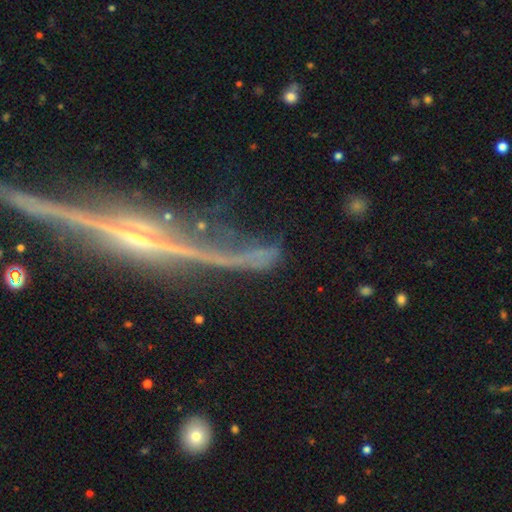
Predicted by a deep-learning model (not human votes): smooth-or-featured: featured or disk: 51% | star or artifact: 32% | smooth: 17%
  disk-edge-on: yes: 57% | no: 43%
  merging: none: 42% | major disturbance: 30% | minor disturbance: 15% | merger: 12%